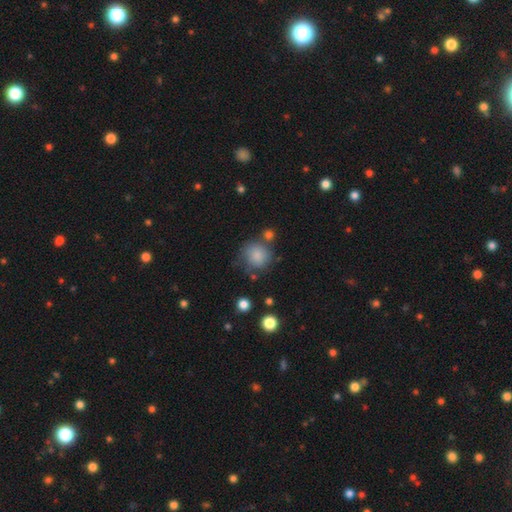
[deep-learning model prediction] A smooth galaxy with no disk features (84%) that is round (85%). Merging: none (65%).